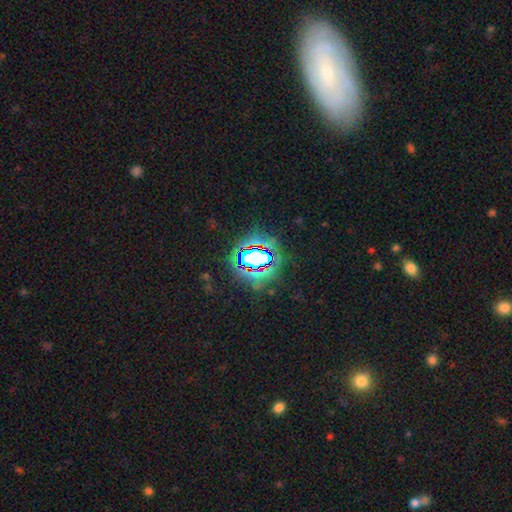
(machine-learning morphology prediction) Q: Smooth or featured?
A: star or artifact (64%); runner-up: smooth (22%)